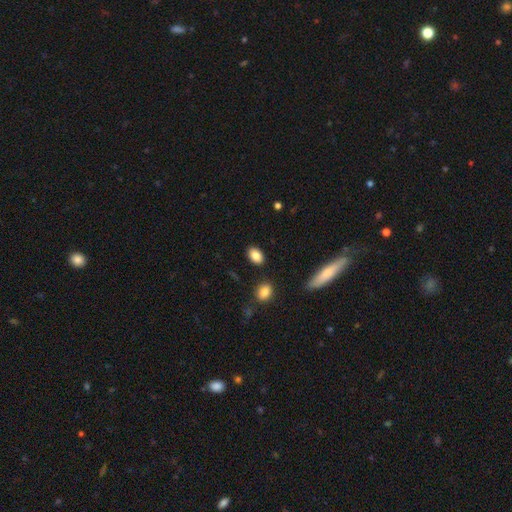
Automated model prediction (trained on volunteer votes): Overall: smooth (85%). How rounded: in between (86%). Merging: none (85%).